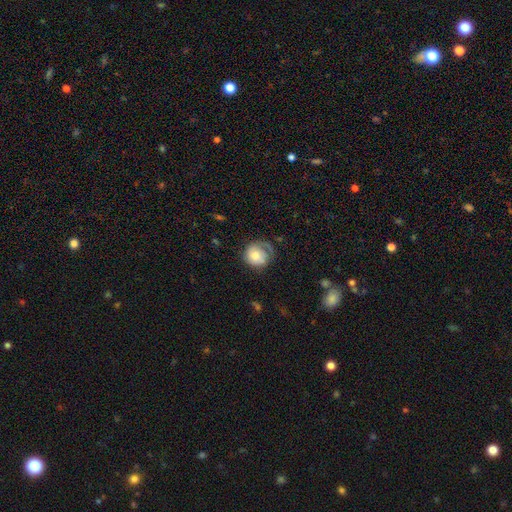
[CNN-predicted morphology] Overall: smooth (63%; featured or disk 30%). How rounded: round (82%). Merging: none (49%; minor disturbance 27%).